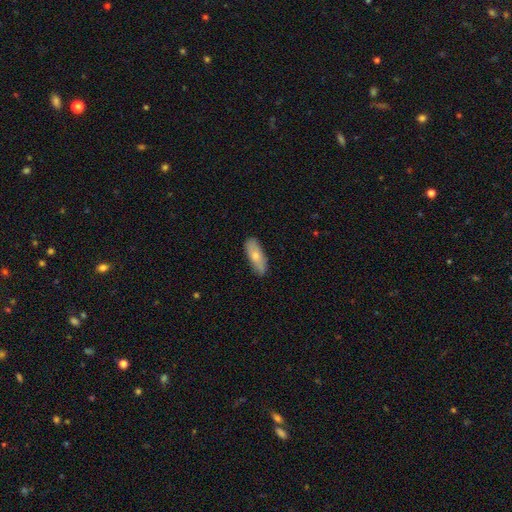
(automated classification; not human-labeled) This appears to be a smooth galaxy with no disk features (72%) that is in between round and cigar-shaped (68%). Merging: none (83%).